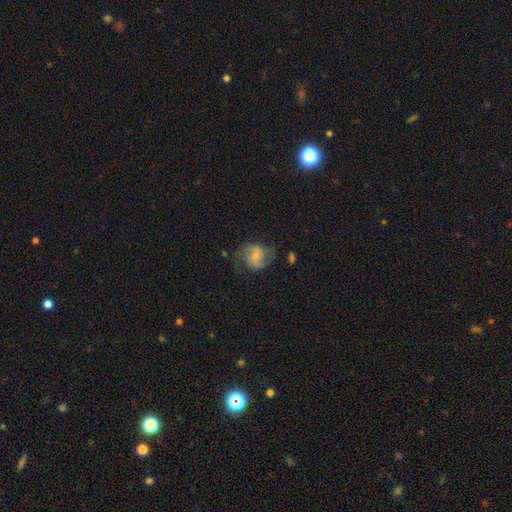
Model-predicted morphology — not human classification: This is possibly a smooth galaxy (50%). Merging: possibly none (59%).